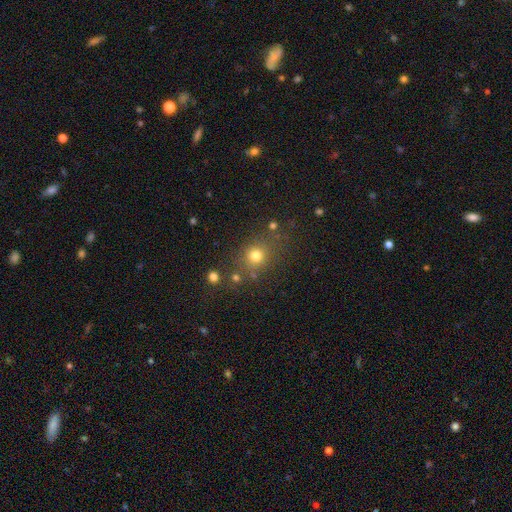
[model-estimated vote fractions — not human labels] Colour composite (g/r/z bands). It shows a smooth galaxy with no disk features (74%) that is round (80%). Merging: none (73%).